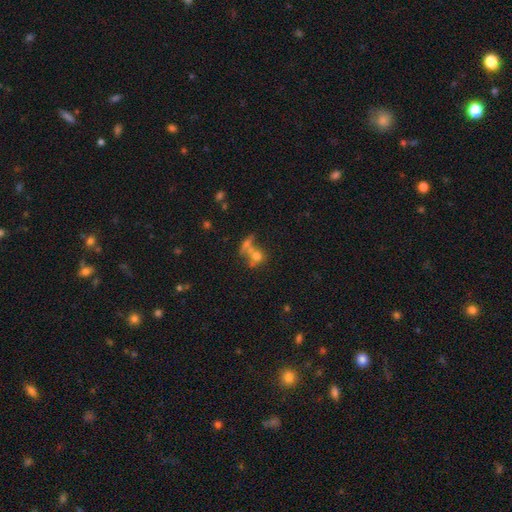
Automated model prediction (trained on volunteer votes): smooth-or-featured: smooth: 58% | featured or disk: 26% | star or artifact: 17%
  how-rounded: round: 63% | in between: 34% | cigar-shaped: 2%
  merging: merger: 51% | none: 28% | major disturbance: 12% | minor disturbance: 9%